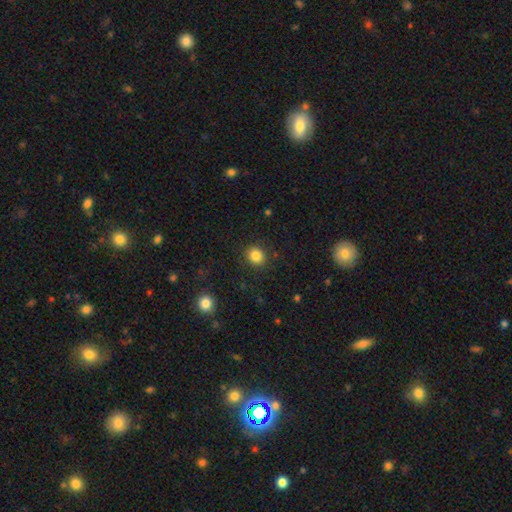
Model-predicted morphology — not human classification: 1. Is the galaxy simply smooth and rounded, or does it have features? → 84% smooth, 11% star or artifact, 5% featured or disk.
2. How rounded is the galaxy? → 84% round, 15% in between, 1% cigar-shaped.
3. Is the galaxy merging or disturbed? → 88% none, 8% minor disturbance, 3% major disturbance, 1% merger.